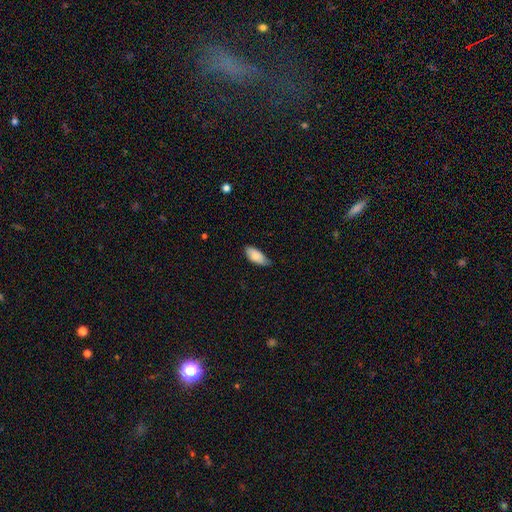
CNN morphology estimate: This is clearly a smooth galaxy (86%). How rounded: clearly in between (86%). Merging: likely none (69%).